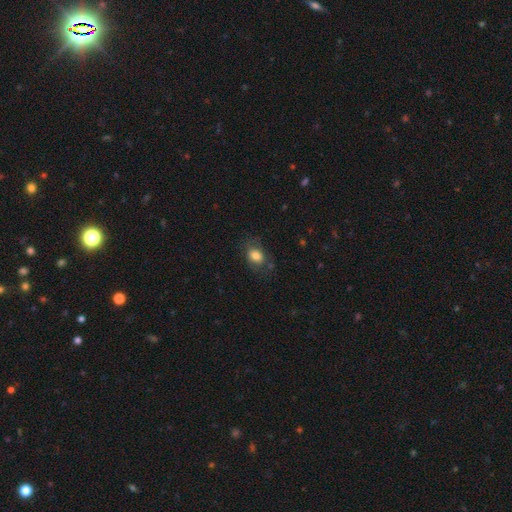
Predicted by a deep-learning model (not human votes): This is likely a smooth galaxy (79%). How rounded: likely in between (69%). Merging: likely none (68%).